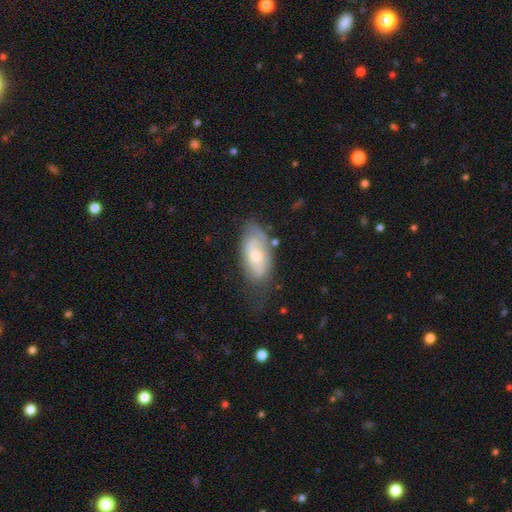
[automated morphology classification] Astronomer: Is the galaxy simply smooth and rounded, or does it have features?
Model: smooth — 47%, tied with featured or disk at 47%.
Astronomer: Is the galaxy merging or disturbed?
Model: none — 53% (runner-up: minor disturbance, 30%).